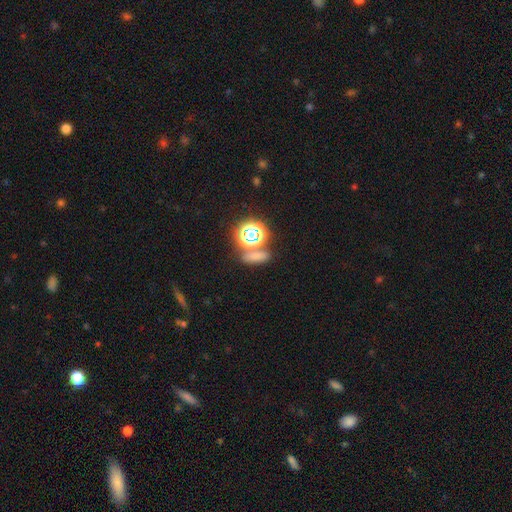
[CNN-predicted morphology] Smooth or featured? Predicted: smooth (p=0.53). How rounded? Predicted: in between (p=0.47). Merging? Predicted: none (p=0.65).